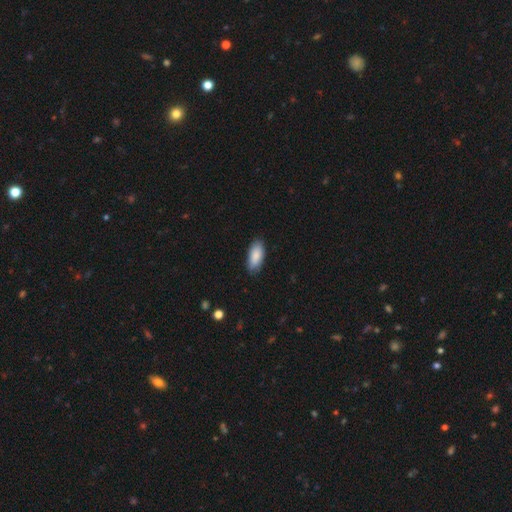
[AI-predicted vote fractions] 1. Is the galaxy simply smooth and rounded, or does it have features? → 88% smooth, 7% featured or disk, 6% star or artifact.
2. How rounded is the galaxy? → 88% in between, 10% cigar-shaped, 2% round.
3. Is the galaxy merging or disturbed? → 84% none, 13% minor disturbance, 2% major disturbance, 1% merger.